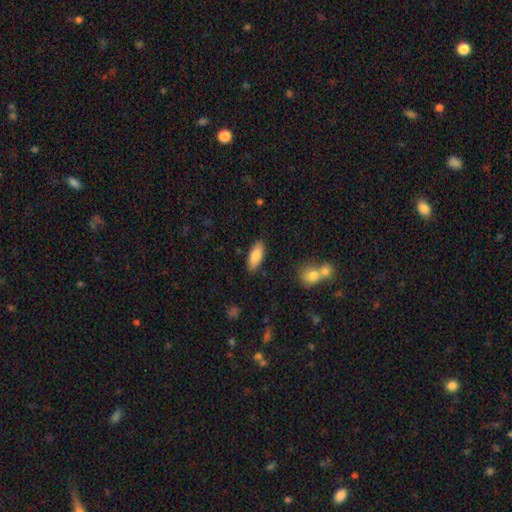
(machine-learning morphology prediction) This is clearly a smooth galaxy (84%). How rounded: clearly in between (81%). Merging: clearly none (85%).